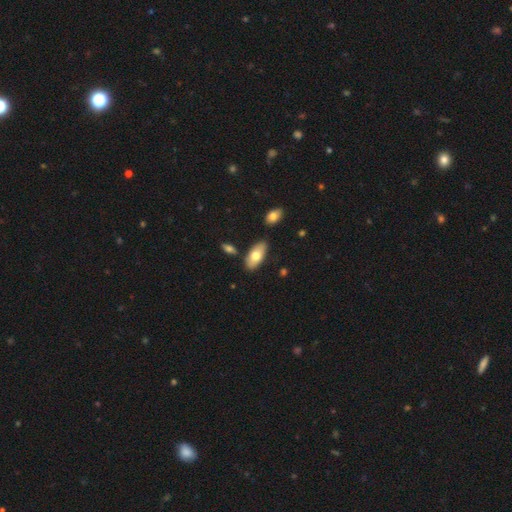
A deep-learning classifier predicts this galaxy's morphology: smooth 72%, featured or disk 22%, star or artifact 6%. Down the decision tree: how rounded — in between (91%); merging — none (78%).